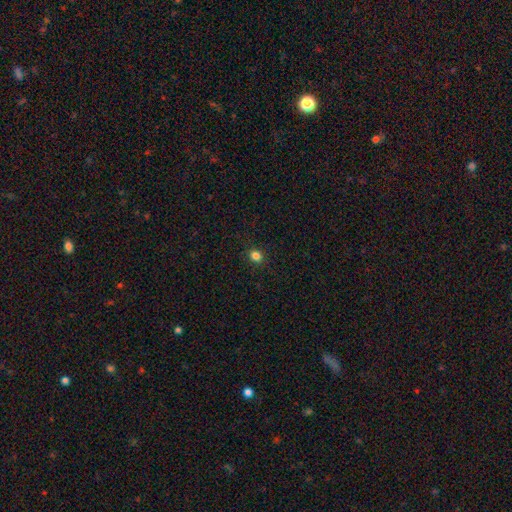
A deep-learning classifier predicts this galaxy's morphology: A smooth galaxy with no disk features (81%) that is round (83%). Merging: none (89%).